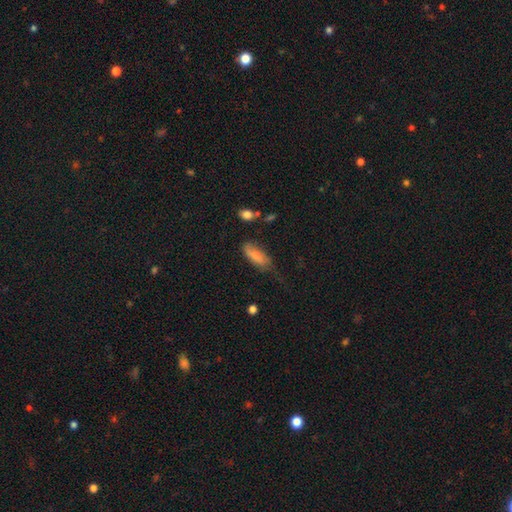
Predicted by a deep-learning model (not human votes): A smooth galaxy with no disk features (80%) that is in between round and cigar-shaped (74%). Merging: none (42%).